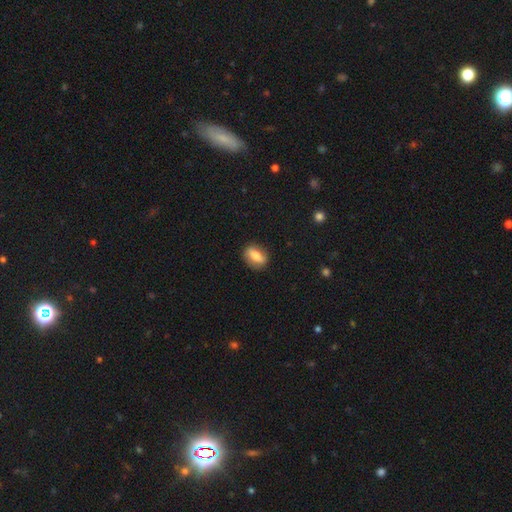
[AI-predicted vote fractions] smooth-or-featured: smooth: 59% | featured or disk: 33% | star or artifact: 7%
  how-rounded: in between: 70% | round: 22% | cigar-shaped: 7%
  merging: none: 83% | minor disturbance: 13% | major disturbance: 3% | merger: 1%